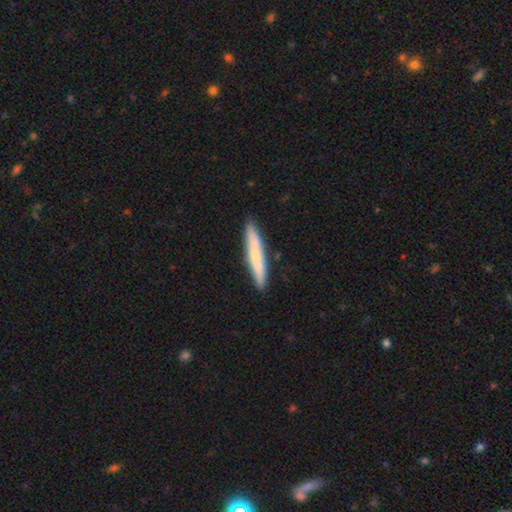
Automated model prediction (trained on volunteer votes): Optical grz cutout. It shows a smooth galaxy with no disk features (69%) that is cigar-shaped (95%). Merging: none (90%).